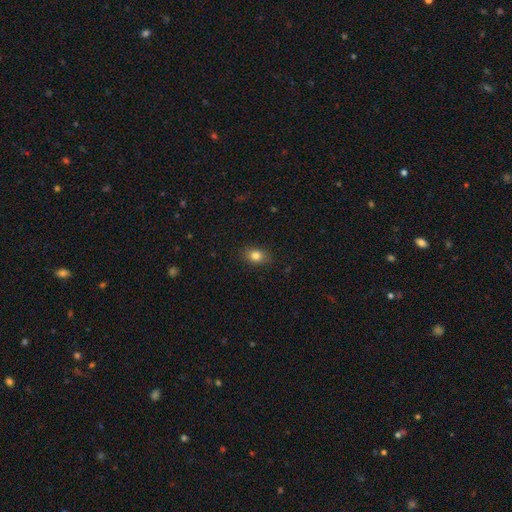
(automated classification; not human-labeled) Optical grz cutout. It shows a smooth galaxy with no disk features (82%) that is in between round and cigar-shaped (69%). Merging: none (86%).